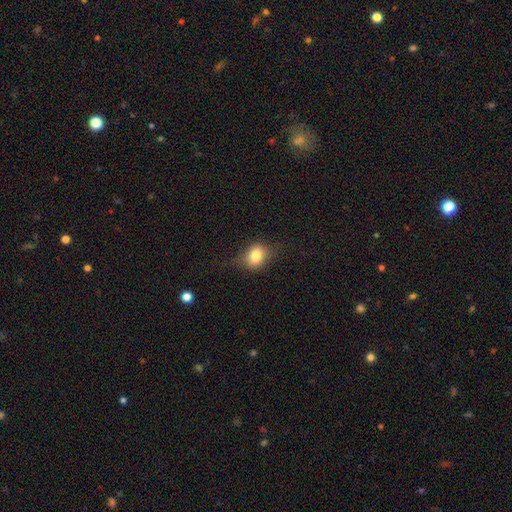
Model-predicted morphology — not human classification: Overall: smooth (76%). How rounded: in between (50%; round 48%). Merging: none (68%).